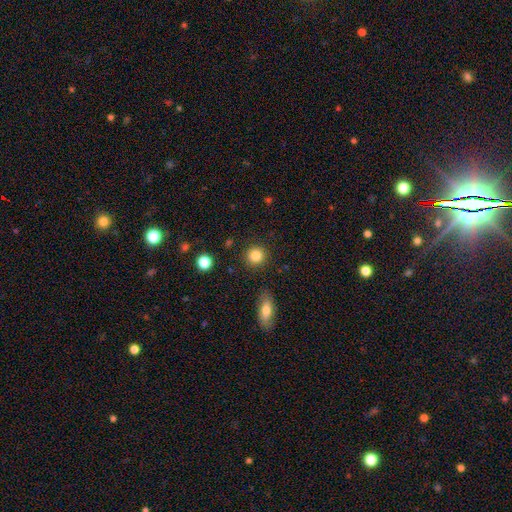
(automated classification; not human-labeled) Morphology: type=smooth (85%); roundness=round (91%); merging=none (89%).